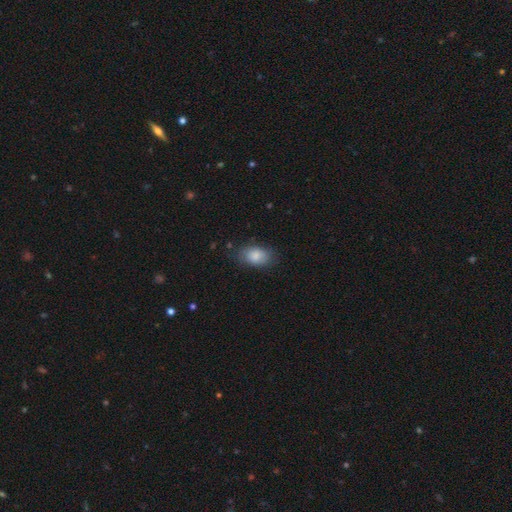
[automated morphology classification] Smooth or featured: smooth — 84% (featured or disk — 9%)
How rounded: in between — 87% (round — 11%)
Merging: none — 74% (minor disturbance — 19%)